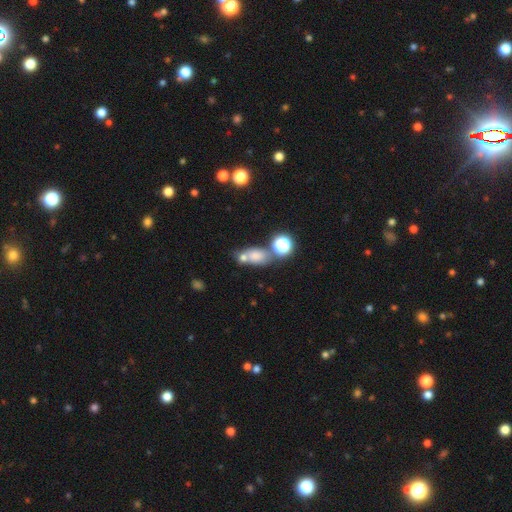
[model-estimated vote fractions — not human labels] Smooth or featured? Predicted: smooth (p=0.68). How rounded? Predicted: in between (p=0.64). Merging? Predicted: none (p=0.42).